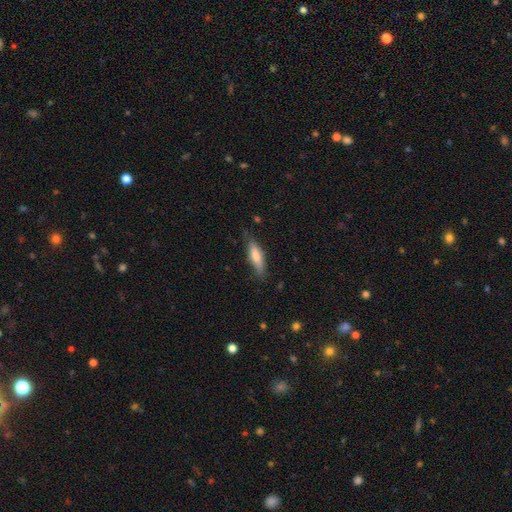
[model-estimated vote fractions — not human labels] Overall: smooth (67%). How rounded: cigar-shaped (63%; in between 35%). Merging: none (75%).